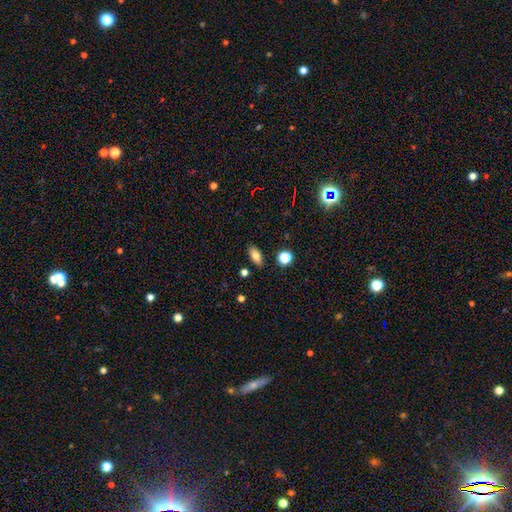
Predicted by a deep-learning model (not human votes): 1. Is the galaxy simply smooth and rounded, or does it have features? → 78% smooth, 12% featured or disk, 10% star or artifact.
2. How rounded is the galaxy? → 86% in between, 8% cigar-shaped, 6% round.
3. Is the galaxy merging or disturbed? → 86% none, 9% minor disturbance, 3% merger, 2% major disturbance.